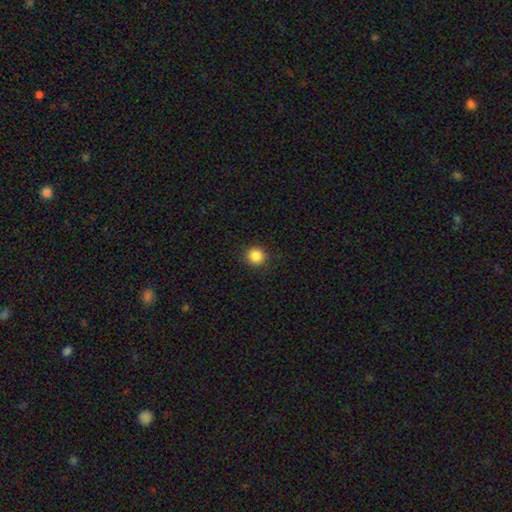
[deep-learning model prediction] Morphology: type=smooth (87%); roundness=round (93%); merging=none (90%).